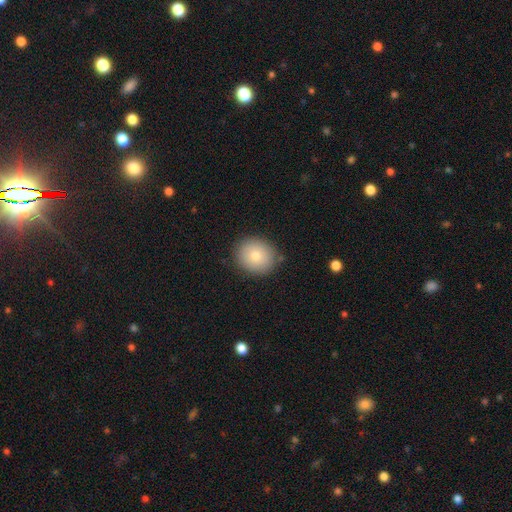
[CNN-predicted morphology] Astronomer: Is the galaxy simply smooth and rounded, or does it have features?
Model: smooth — 77%.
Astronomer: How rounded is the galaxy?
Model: round — 79%.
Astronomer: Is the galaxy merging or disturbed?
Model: none — 84%.